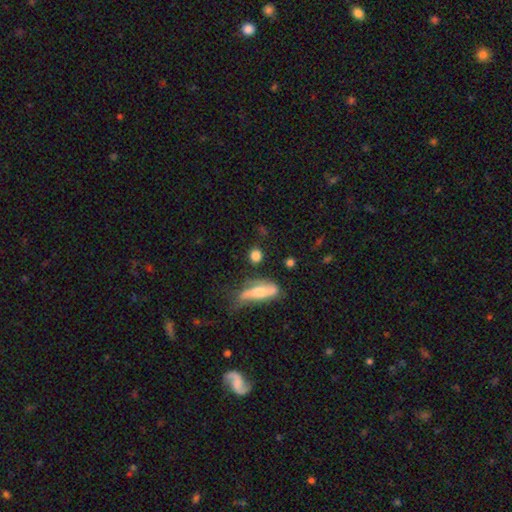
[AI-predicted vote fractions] Q: Smooth or featured?
A: smooth (79%); runner-up: featured or disk (11%)
Q: How rounded?
A: round (66%); runner-up: in between (25%)
Q: Merging?
A: none (70%); runner-up: minor disturbance (14%)